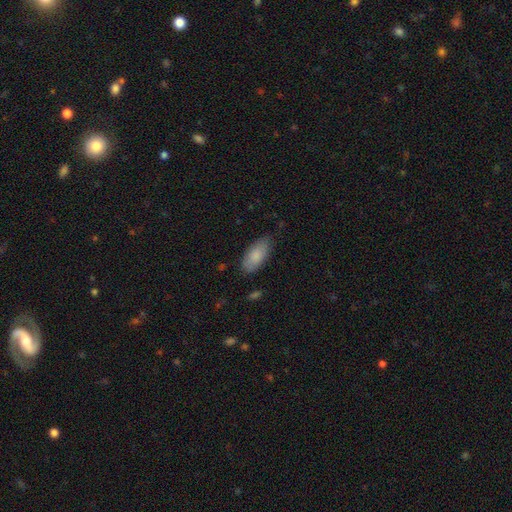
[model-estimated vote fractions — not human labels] Smooth or featured?
  - smooth: 84% *
  - featured or disk: 9%
  - star or artifact: 6%
How rounded?
  - in between: 89% *
  - cigar-shaped: 9%
  - round: 2%
Merging?
  - none: 77% *
  - minor disturbance: 18%
  - major disturbance: 3%
  - merger: 1%